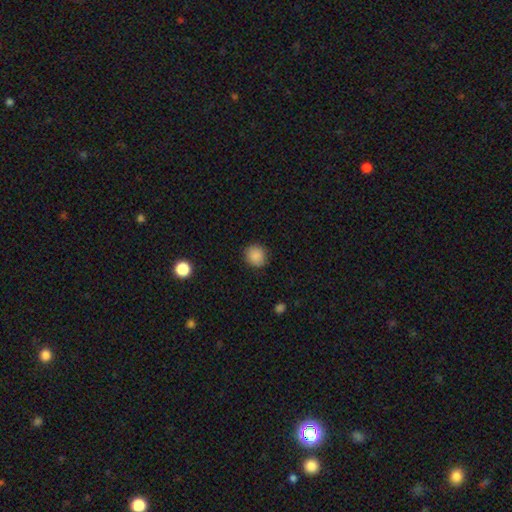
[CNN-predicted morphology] Overall: smooth (88%). How rounded: round (84%). Merging: none (88%).